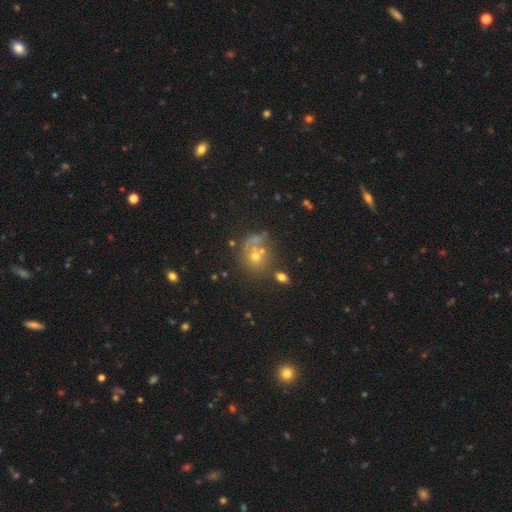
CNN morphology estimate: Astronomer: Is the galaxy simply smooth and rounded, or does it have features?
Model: smooth — 49% (runner-up: featured or disk, 27%).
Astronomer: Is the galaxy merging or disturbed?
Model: none — 51%.